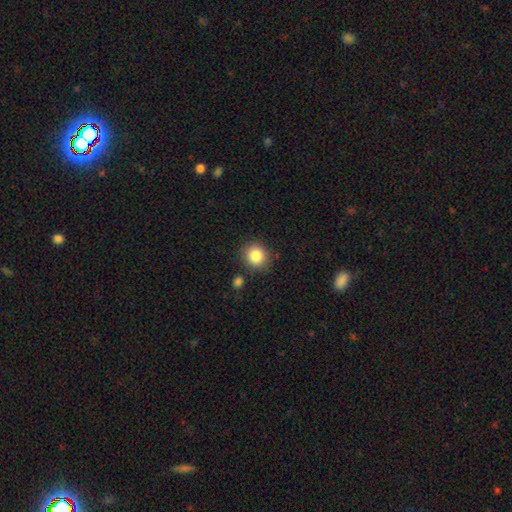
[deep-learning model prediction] The model was most divided on "how rounded": round: 87%, in between: 12%, cigar-shaped: 1%. More confident: smooth or featured — smooth (85%); merging — none (85%).